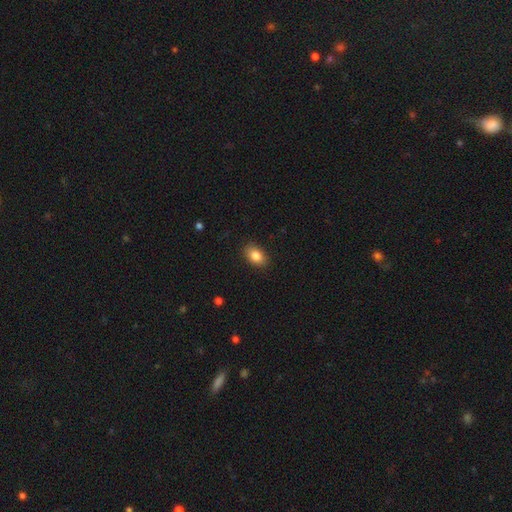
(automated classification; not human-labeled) The model was most divided on "how rounded": in between: 86%, round: 13%, cigar-shaped: 2%. More confident: merging — none (88%); smooth or featured — smooth (85%).